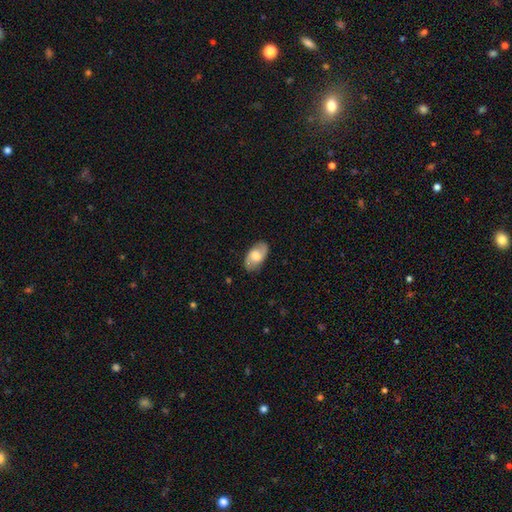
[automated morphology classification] type=featured or disk (54%); edge-on=no (94%); bar=no (55%); spiral arms=yes (85%); bulge=moderate (51%); merging=none (83%).